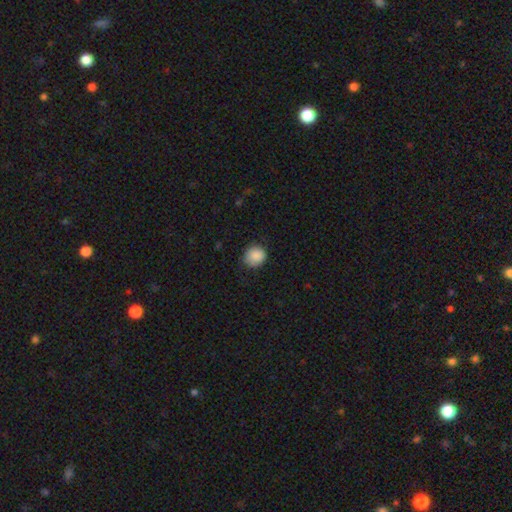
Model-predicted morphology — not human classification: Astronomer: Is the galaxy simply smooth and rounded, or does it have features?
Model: smooth — 88%.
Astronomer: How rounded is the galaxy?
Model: round — 85%.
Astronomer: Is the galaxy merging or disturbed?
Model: none — 79%.